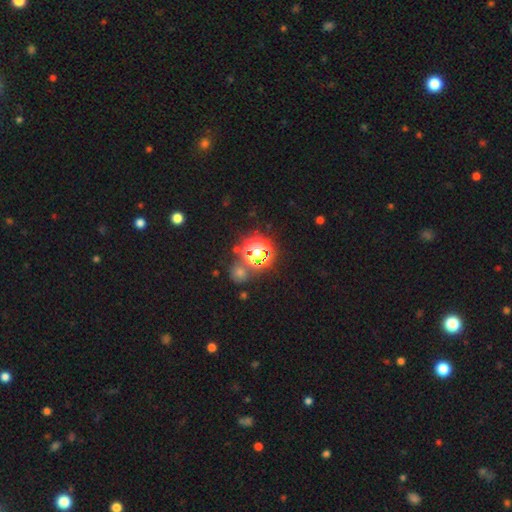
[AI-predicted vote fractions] A star or artifact, not a galaxy (75%).

Vote fractions:
- Smooth or featured? star or artifact: 75% / smooth: 19% / featured or disk: 6%